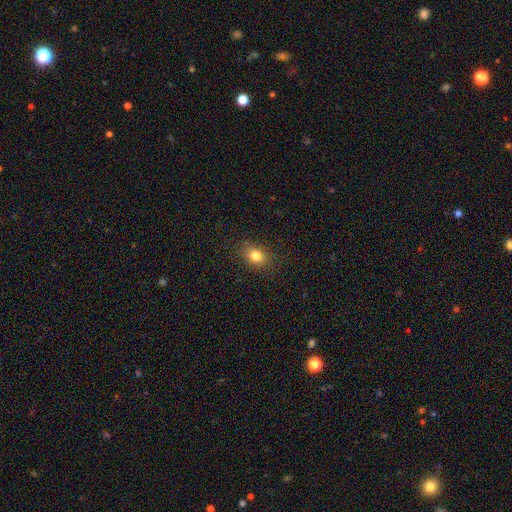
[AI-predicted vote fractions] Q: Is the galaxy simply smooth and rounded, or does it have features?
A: smooth — 81%.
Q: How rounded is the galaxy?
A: in between — 63%.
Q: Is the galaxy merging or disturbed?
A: none — 86%.